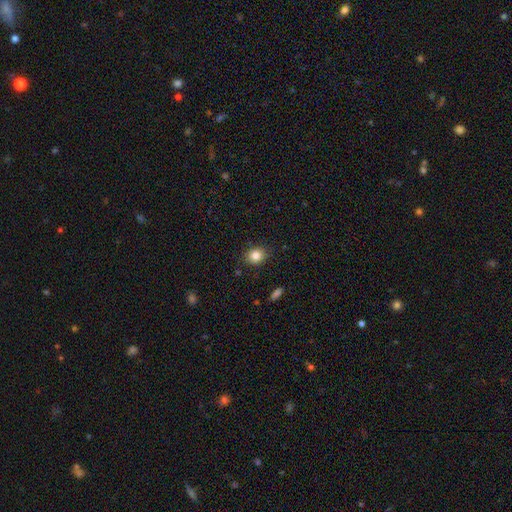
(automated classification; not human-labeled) This appears to be a smooth galaxy with no disk features (84%) that is round (52%). Merging: none (86%).